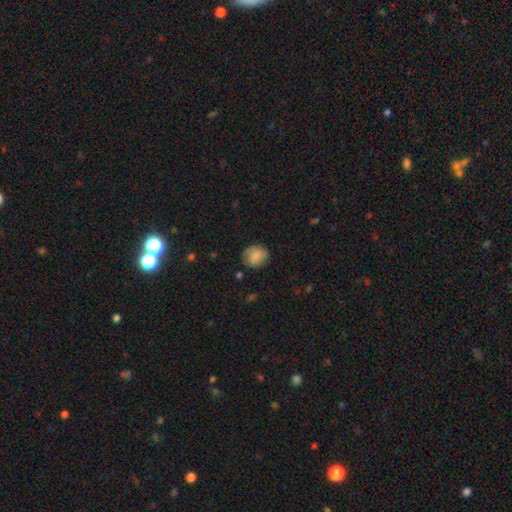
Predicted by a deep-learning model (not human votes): This is likely a smooth galaxy (66%). How rounded: likely round (70%). Merging: likely none (71%).